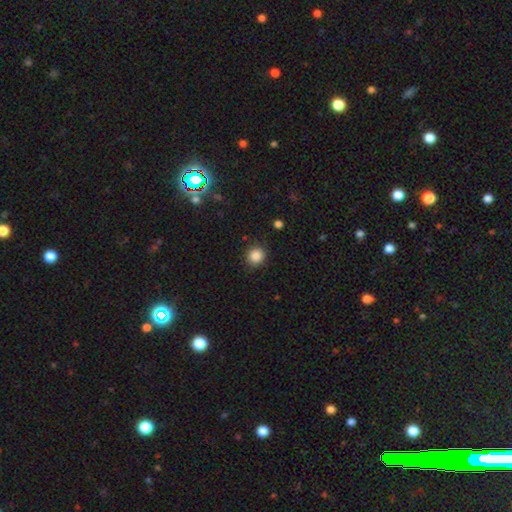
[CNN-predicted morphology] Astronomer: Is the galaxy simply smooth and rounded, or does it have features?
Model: smooth — 86%.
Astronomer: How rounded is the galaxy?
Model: round — 86%.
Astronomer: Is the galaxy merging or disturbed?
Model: none — 88%.